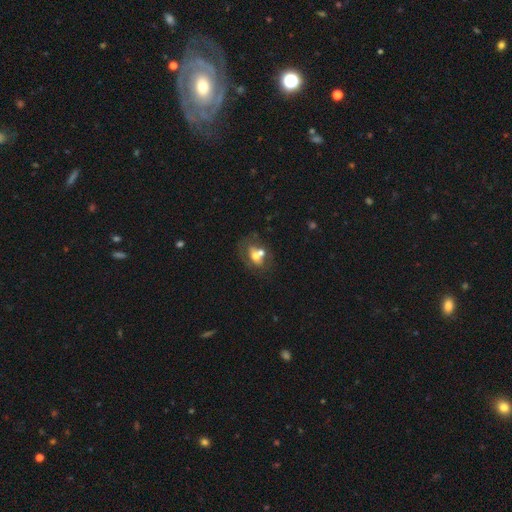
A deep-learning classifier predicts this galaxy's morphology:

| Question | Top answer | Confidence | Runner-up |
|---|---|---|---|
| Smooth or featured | smooth | 48% | featured or disk (40%) |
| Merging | merger | 44% | none (35%) |